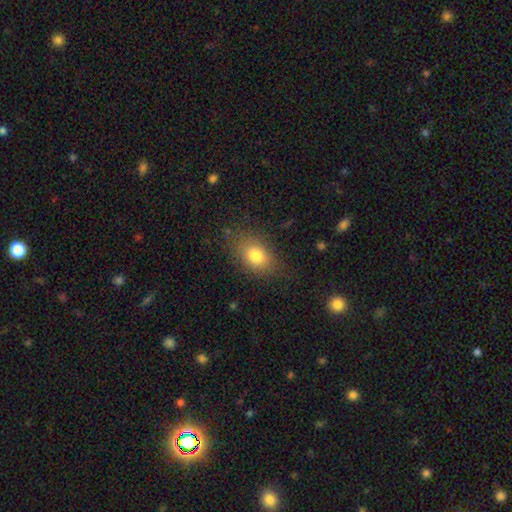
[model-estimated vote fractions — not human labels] This appears to be a smooth galaxy with no disk features (80%) that is in between round and cigar-shaped (74%). Merging: none (77%).